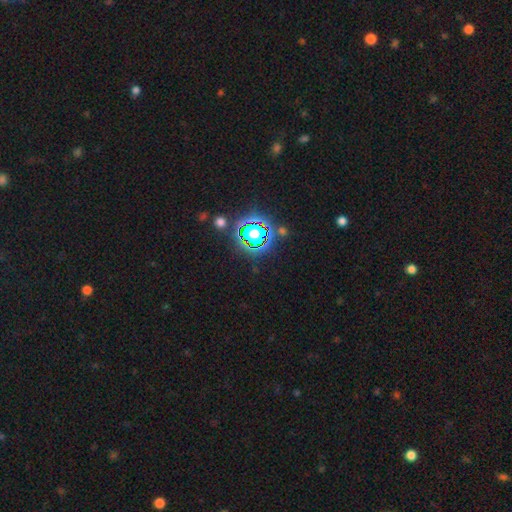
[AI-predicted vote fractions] smooth-or-featured: star or artifact: 83% | smooth: 10% | featured or disk: 7%